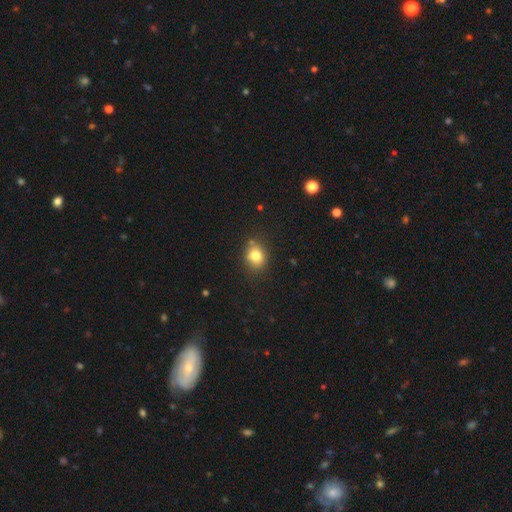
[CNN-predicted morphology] A smooth galaxy with no disk features (79%) that is round (65%).

Vote fractions:
- Smooth or featured? smooth: 79% / star or artifact: 12% / featured or disk: 10%
- How rounded? round: 65% / in between: 34% / cigar-shaped: 1%
- Merging? none: 77% / minor disturbance: 15% / merger: 5% / major disturbance: 4%